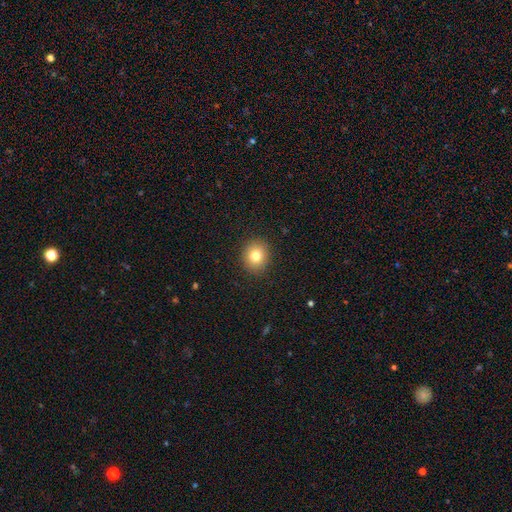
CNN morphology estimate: This is likely a smooth galaxy (80%). How rounded: likely round (80%). Merging: clearly none (91%).